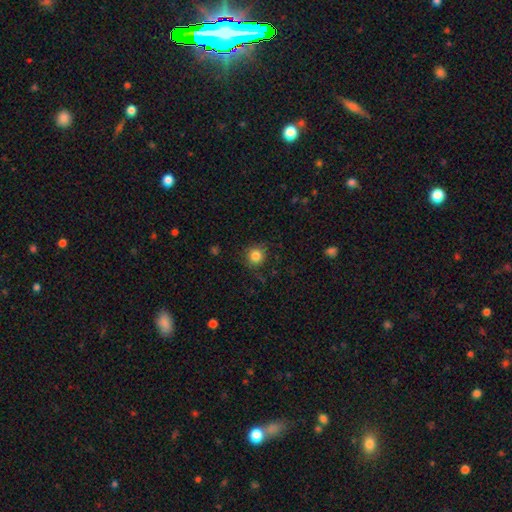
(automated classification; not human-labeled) smooth-or-featured: smooth: 84% | star or artifact: 11% | featured or disk: 5%
  how-rounded: round: 91% | in between: 8% | cigar-shaped: 1%
  merging: none: 82% | minor disturbance: 13% | major disturbance: 3% | merger: 1%